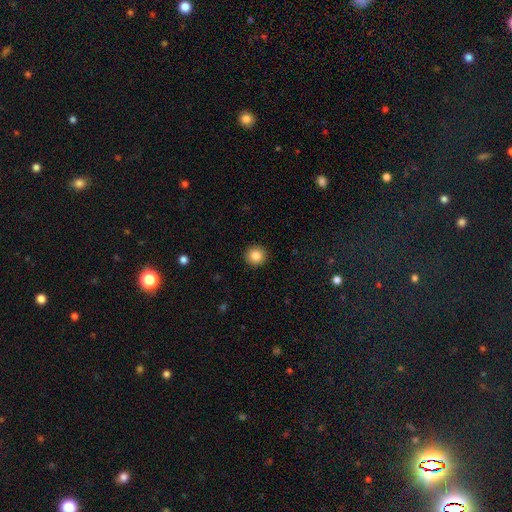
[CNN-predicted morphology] This appears to be a smooth galaxy with no disk features (84%) that is round (92%). Merging: none (93%).